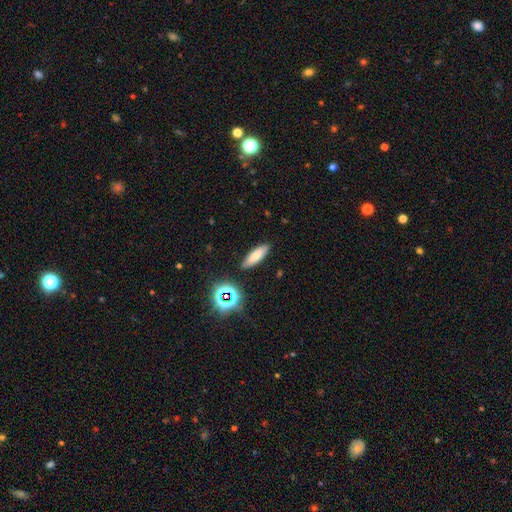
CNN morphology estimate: This is likely a smooth galaxy (72%). How rounded: possibly in between (49%). Merging: clearly none (87%).